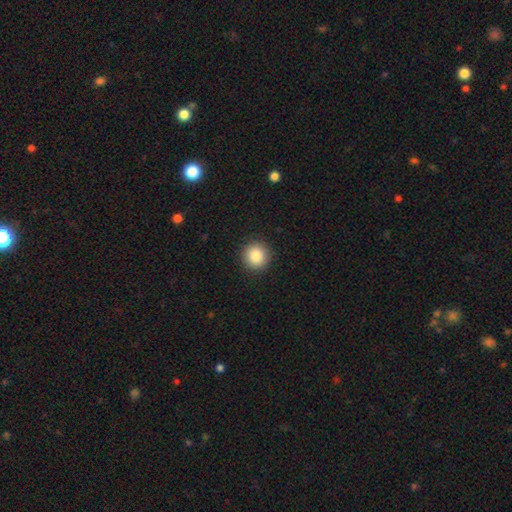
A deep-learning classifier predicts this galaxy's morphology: Smooth or featured? Predicted: smooth (p=0.87). How rounded? Predicted: round (p=0.93). Merging? Predicted: none (p=0.92).